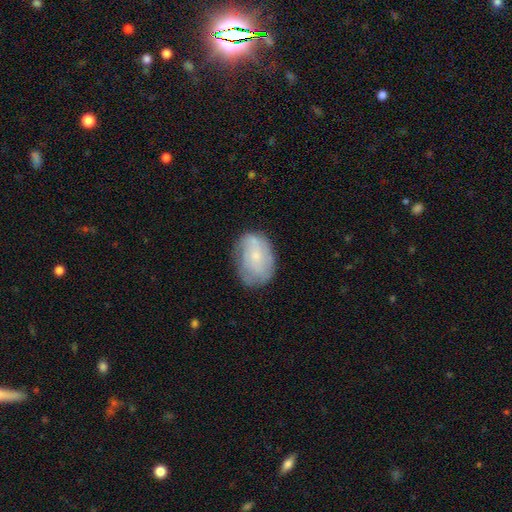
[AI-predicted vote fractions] Morphology: type=featured or disk (48%); merging=none (64%).